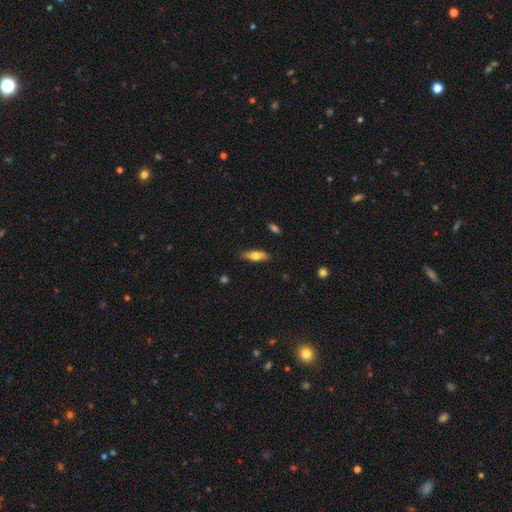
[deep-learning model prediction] Morphology: type=smooth (63%); roundness=in between (55%); merging=none (85%).